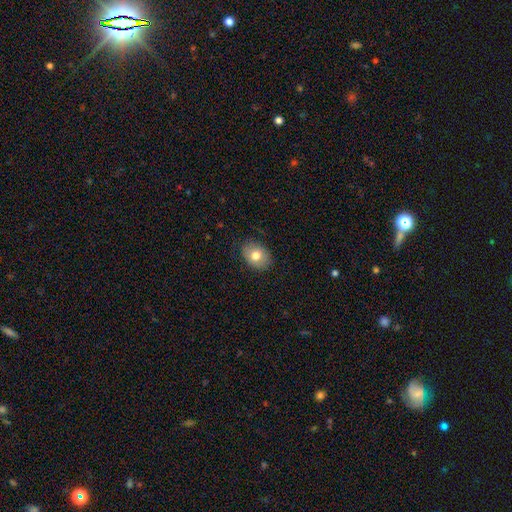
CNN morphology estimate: The model was most divided on "how rounded": in between: 69%, round: 31%, cigar-shaped: 1%. More confident: merging — none (85%); smooth or featured — smooth (77%).